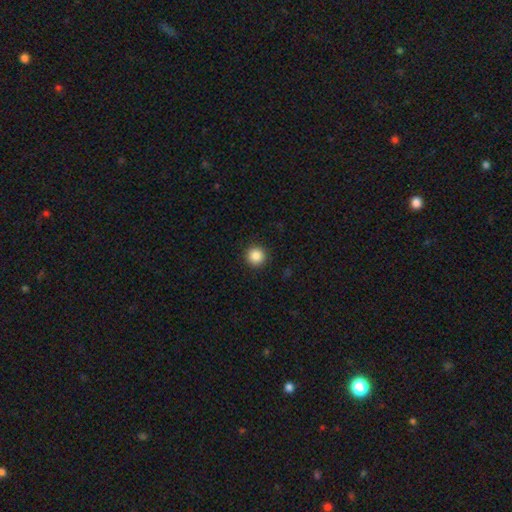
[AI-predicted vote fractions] A smooth galaxy with no disk features (87%) that is round (96%).

Vote fractions:
- Smooth or featured? smooth: 87% / star or artifact: 10% / featured or disk: 3%
- How rounded? round: 96% / in between: 3% / cigar-shaped: 1%
- Merging? none: 92% / minor disturbance: 5% / major disturbance: 2% / merger: 1%